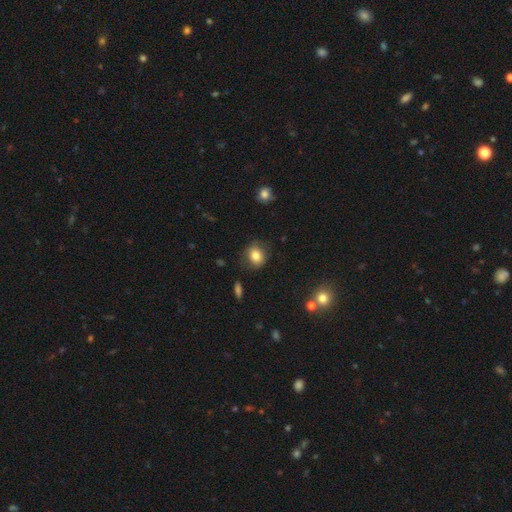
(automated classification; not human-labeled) Morphology: type=smooth (77%); roundness=round (62%); merging=none (74%).